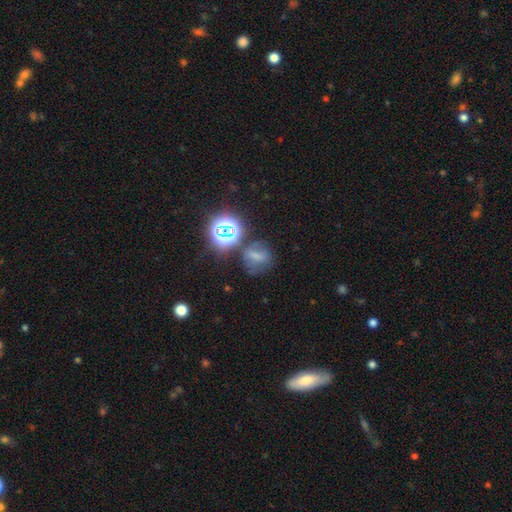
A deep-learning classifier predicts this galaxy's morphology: A smooth galaxy with no disk features (47%). Merging: none (53%).